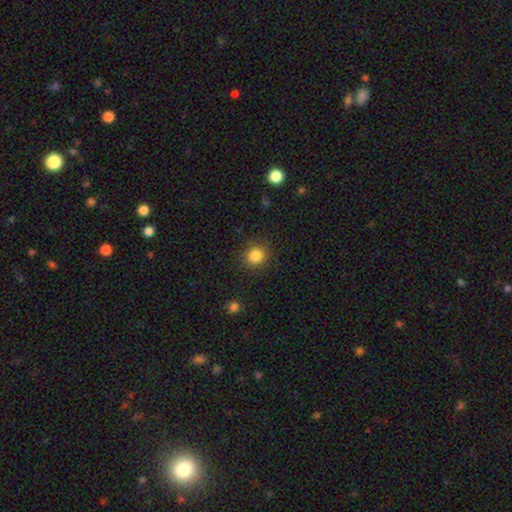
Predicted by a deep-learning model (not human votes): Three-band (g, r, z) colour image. It shows a smooth galaxy with no disk features (84%) that is round (86%). Merging: none (88%).